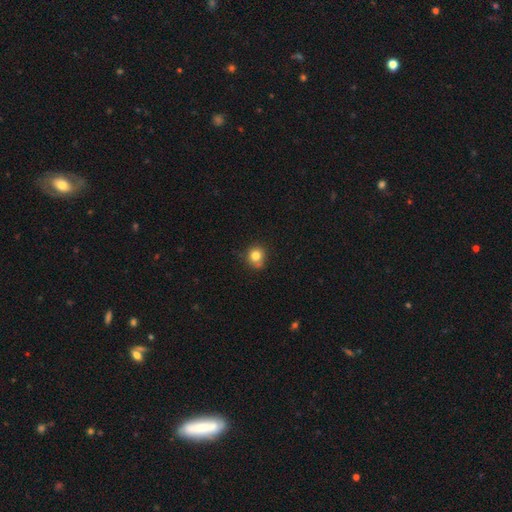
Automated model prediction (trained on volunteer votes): Smooth or featured?
  - smooth: 81% *
  - star or artifact: 11%
  - featured or disk: 8%
How rounded?
  - round: 83% *
  - in between: 17%
  - cigar-shaped: 1%
Merging?
  - none: 71% *
  - minor disturbance: 22%
  - major disturbance: 4%
  - merger: 3%